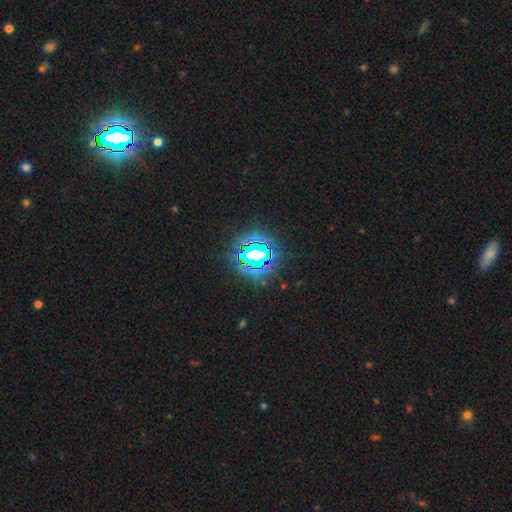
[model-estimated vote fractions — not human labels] smooth-or-featured: star or artifact: 71% | smooth: 17% | featured or disk: 13%